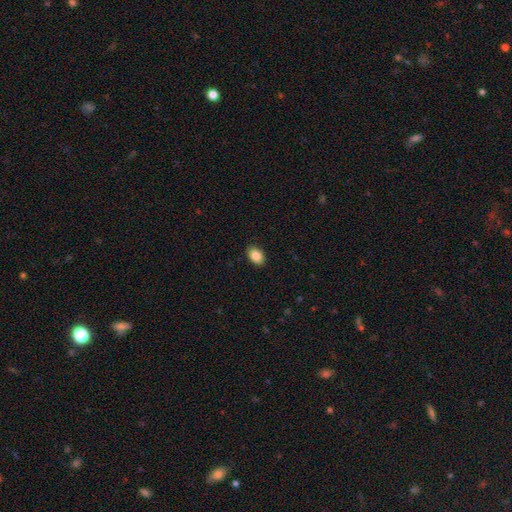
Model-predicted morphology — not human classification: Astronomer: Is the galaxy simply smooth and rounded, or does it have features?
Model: smooth — 87%.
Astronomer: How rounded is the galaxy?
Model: in between — 84%.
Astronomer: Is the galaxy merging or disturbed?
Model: none — 89%.